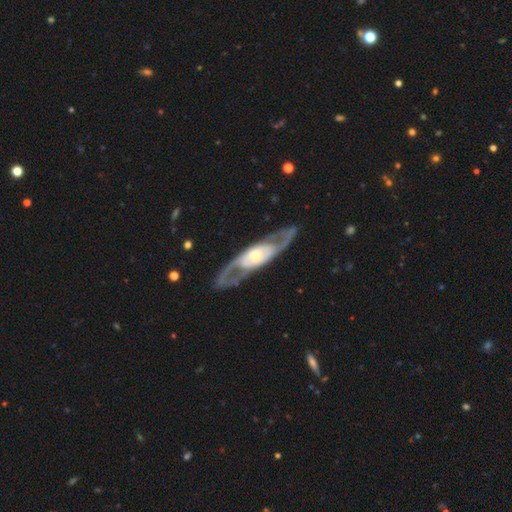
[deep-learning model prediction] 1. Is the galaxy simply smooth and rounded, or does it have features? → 84% featured or disk, 12% smooth, 4% star or artifact.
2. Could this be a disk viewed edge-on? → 80% no, 20% yes.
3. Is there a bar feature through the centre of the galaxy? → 62% no, 23% weak, 15% strong.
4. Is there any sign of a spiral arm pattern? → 76% yes, 24% no.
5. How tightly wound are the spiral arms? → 49% medium, 28% tight, 23% loose.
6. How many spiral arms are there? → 85% 2, 9% can't tell, 2% 1, 1% 3, 1% 4, 1% more than 4.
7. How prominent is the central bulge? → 53% moderate, 25% small, 19% large, 2% dominant, 1% none.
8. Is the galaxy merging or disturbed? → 81% none, 11% minor disturbance, 7% major disturbance, 1% merger.